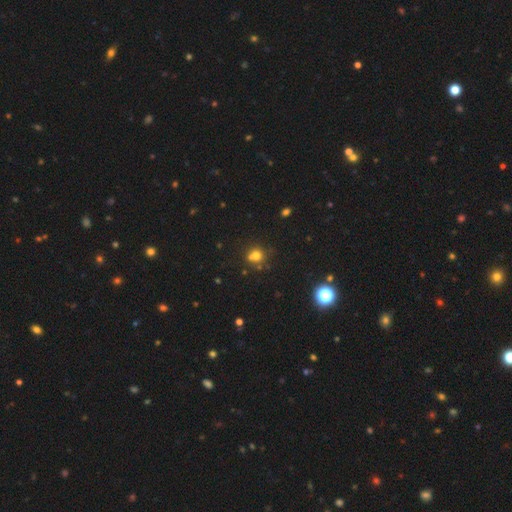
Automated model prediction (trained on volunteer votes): Overall: smooth (70%). How rounded: round (82%). Merging: none (59%; merger 22%).